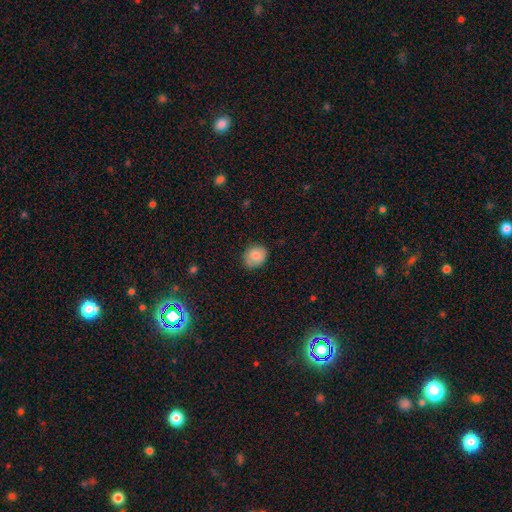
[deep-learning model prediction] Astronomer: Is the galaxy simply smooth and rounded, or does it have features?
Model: smooth — 80%.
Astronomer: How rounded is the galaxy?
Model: round — 60% (runner-up: in between, 39%).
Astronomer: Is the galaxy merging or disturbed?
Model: none — 79%.